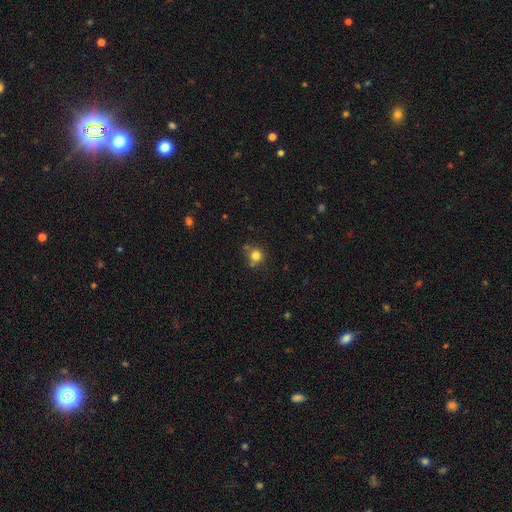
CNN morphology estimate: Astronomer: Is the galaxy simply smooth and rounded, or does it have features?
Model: smooth — 80%.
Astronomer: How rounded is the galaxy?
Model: round — 88%.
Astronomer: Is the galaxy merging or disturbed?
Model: none — 67%.